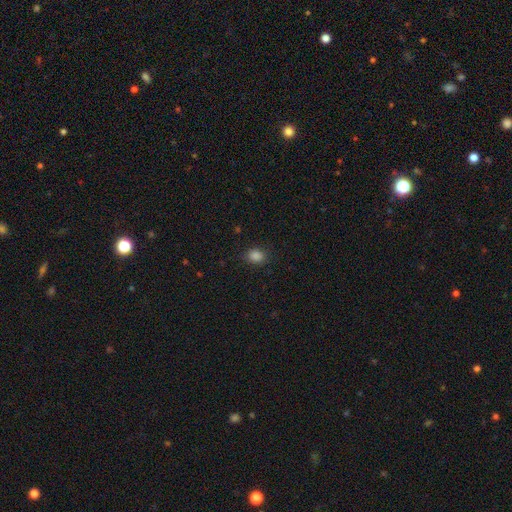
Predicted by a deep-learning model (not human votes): A smooth galaxy with no disk features (85%) that is in between round and cigar-shaped (51%).

Vote fractions:
- Smooth or featured? smooth: 85% / star or artifact: 12% / featured or disk: 3%
- How rounded? in between: 51% / round: 48% / cigar-shaped: 1%
- Merging? none: 85% / minor disturbance: 11% / major disturbance: 3% / merger: 1%